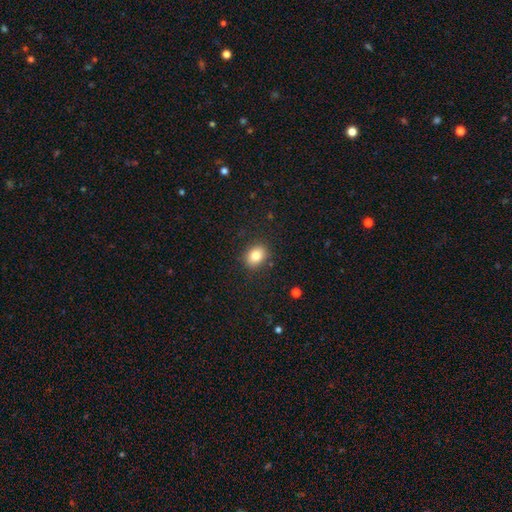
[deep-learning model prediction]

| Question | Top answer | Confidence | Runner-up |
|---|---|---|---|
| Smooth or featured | smooth | 81% | star or artifact (10%) |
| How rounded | in between | 52% | round (47%) |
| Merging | none | 87% | minor disturbance (9%) |